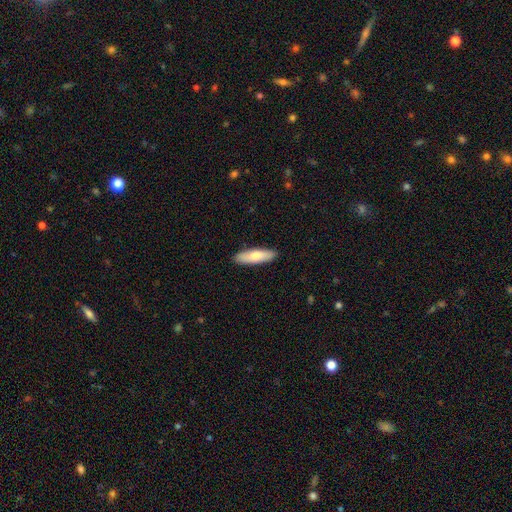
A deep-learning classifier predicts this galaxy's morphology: type=smooth (74%); roundness=cigar-shaped (58%); merging=none (90%).